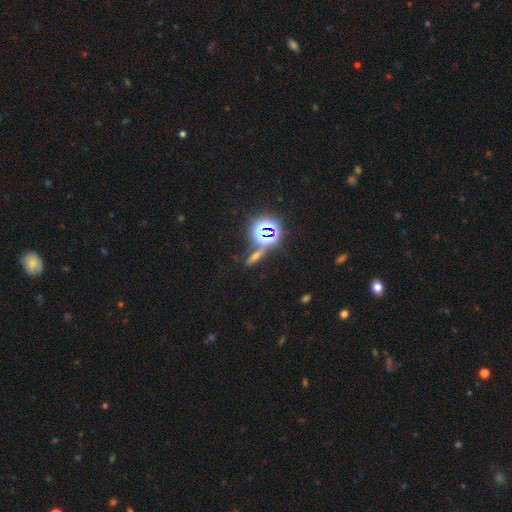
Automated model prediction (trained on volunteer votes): Morphology: type=star or artifact (49%).